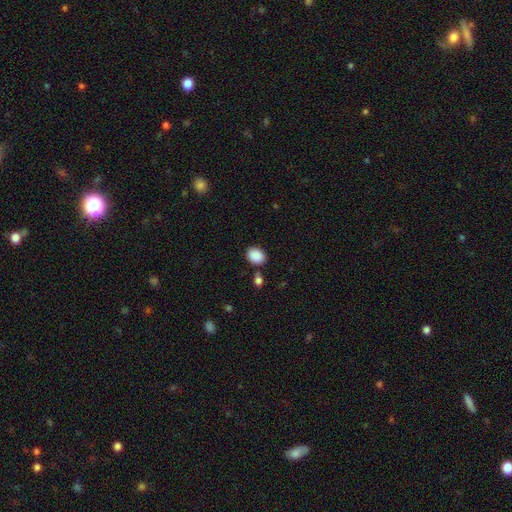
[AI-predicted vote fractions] smooth_or_featured: smooth (p=0.89) [alt: star or artifact p=0.08]
how_rounded: in between (p=0.62) [alt: round p=0.37]
merging: none (p=0.80) [alt: minor disturbance p=0.12]